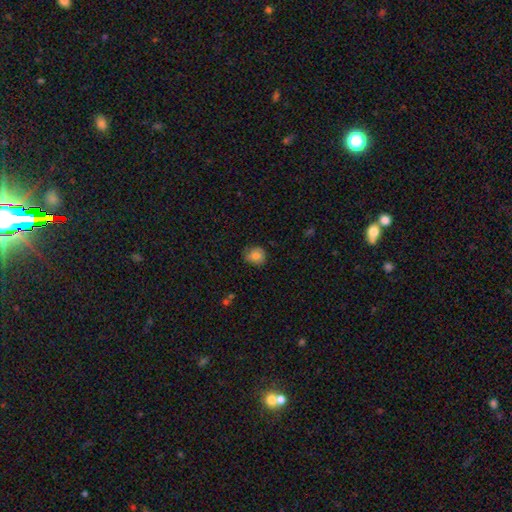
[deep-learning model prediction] smooth 79%, featured or disk 12%, star or artifact 9%. Down the decision tree: how rounded — round (76%); merging — none (74%).